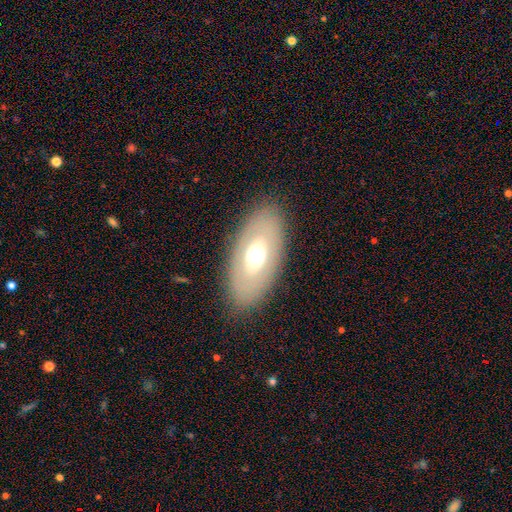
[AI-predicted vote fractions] Morphology: type=smooth (51%); roundness=in between (91%); merging=none (84%).